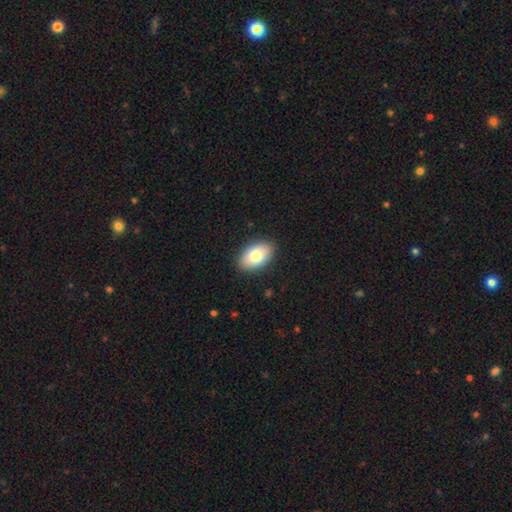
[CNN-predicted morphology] Smooth or featured: smooth — 80% (featured or disk — 13%)
How rounded: in between — 92% (round — 7%)
Merging: none — 89% (minor disturbance — 8%)